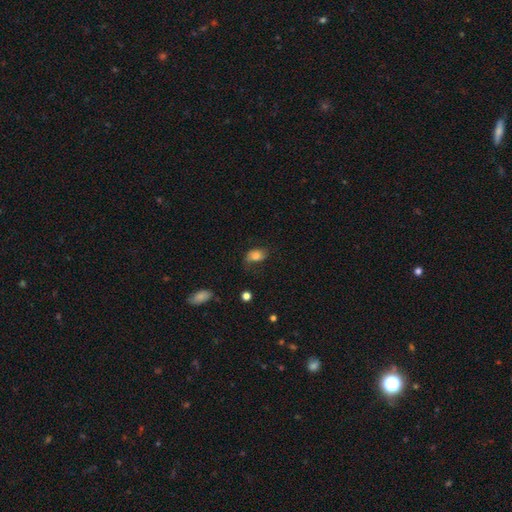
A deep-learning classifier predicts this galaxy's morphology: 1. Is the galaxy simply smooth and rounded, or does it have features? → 76% smooth, 15% featured or disk, 10% star or artifact.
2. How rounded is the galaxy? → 81% in between, 17% round, 2% cigar-shaped.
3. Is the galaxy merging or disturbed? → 47% none, 30% minor disturbance, 20% major disturbance, 2% merger.